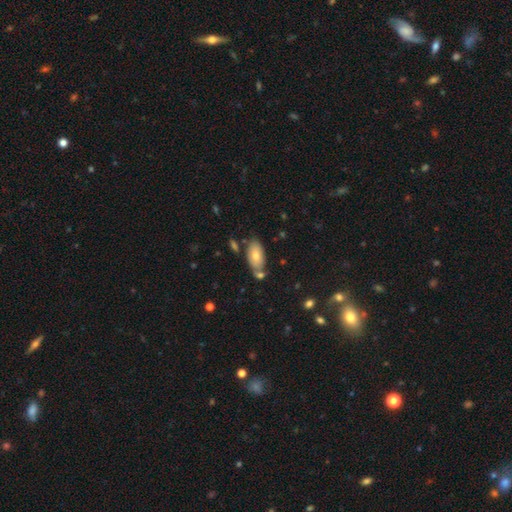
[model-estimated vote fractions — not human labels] smooth 75%, featured or disk 18%, star or artifact 7%. Down the decision tree: how rounded — in between (93%); merging — none (65%).